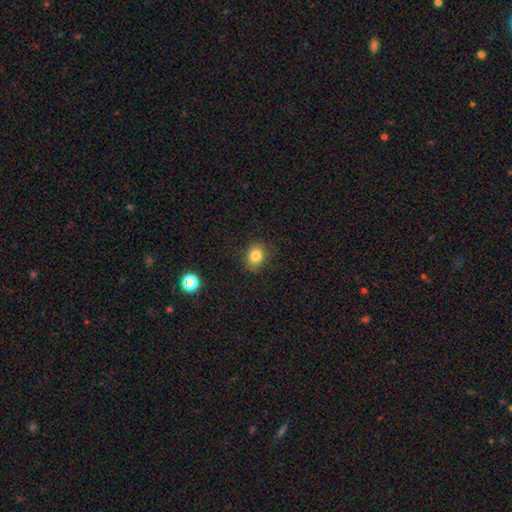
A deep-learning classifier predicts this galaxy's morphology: smooth_or_featured: smooth (p=0.83) [alt: star or artifact p=0.11]
how_rounded: in between (p=0.50) [alt: round p=0.49]
merging: none (p=0.85) [alt: minor disturbance p=0.11]